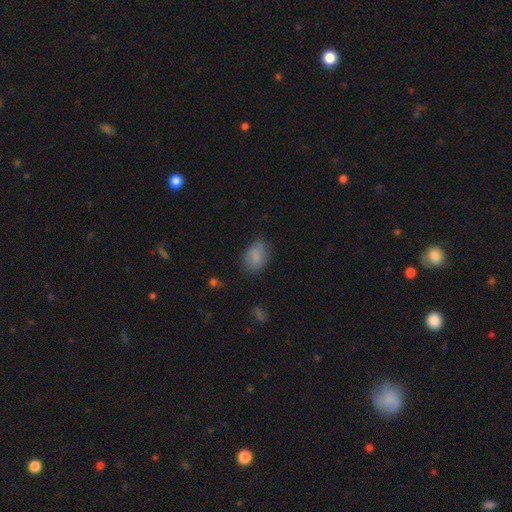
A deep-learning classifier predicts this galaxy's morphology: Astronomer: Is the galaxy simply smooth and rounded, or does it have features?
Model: smooth — 82%.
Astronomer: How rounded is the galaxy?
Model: in between — 82%.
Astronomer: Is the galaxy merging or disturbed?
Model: none — 63%.